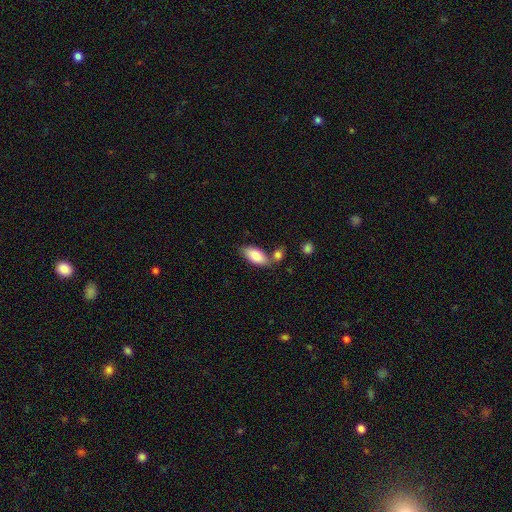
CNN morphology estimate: type=smooth (82%); roundness=in between (89%); merging=none (62%).